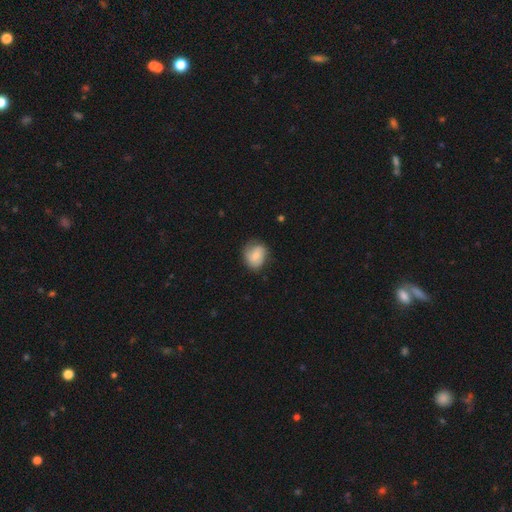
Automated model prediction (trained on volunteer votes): A smooth galaxy with no disk features (65%) that is round (60%). Merging: none (64%).